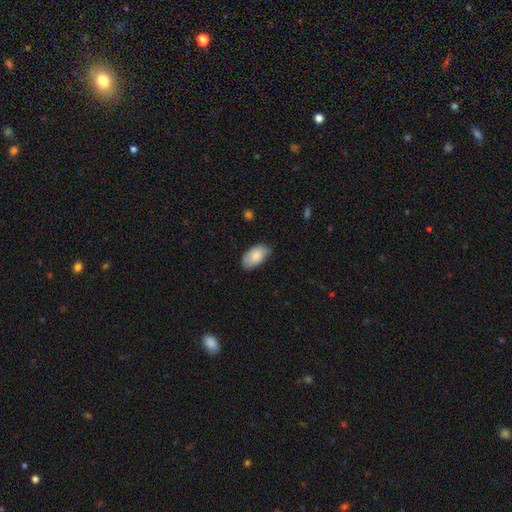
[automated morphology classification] A smooth galaxy with no disk features (84%) that is in between round and cigar-shaped (95%). Merging: none (71%).